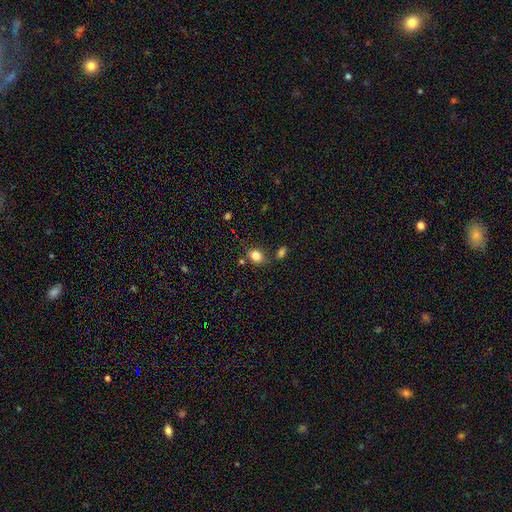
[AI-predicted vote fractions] Smooth or featured?
  - smooth: 81% *
  - star or artifact: 11%
  - featured or disk: 8%
How rounded?
  - in between: 61% *
  - round: 37%
  - cigar-shaped: 1%
Merging?
  - none: 69% *
  - minor disturbance: 17%
  - merger: 9%
  - major disturbance: 5%